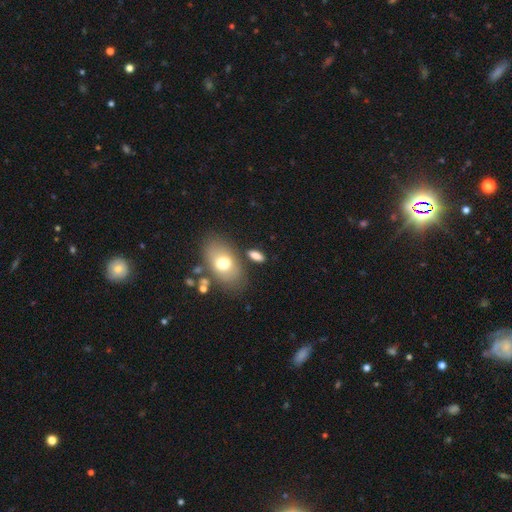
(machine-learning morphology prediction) smooth_or_featured: smooth (p=0.76) [alt: featured or disk p=0.15]
how_rounded: in between (p=0.81) [alt: cigar-shaped p=0.11]
merging: none (p=0.70) [alt: minor disturbance p=0.14]